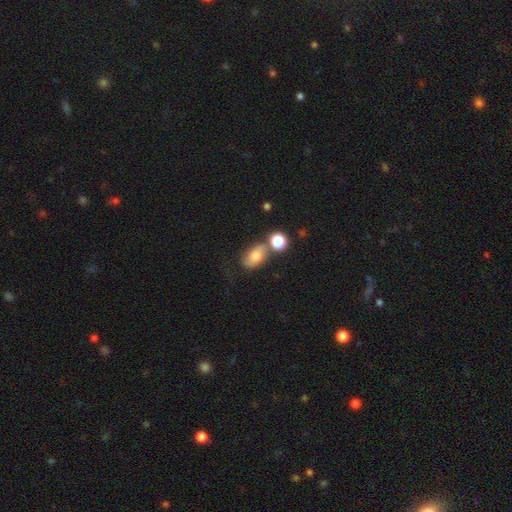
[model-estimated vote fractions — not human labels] Smooth or featured: smooth — 69% (featured or disk — 20%)
How rounded: in between — 82% (round — 15%)
Merging: none — 54% (merger — 22%)